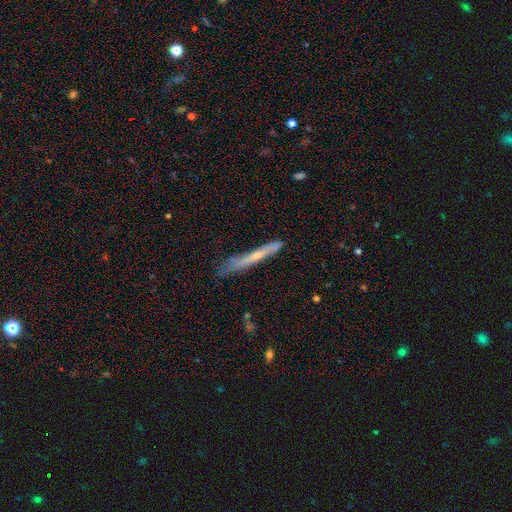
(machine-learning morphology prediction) Overall: featured or disk (52%; smooth 40%). Edge-on disk: yes (91%). Merging: none (74%).